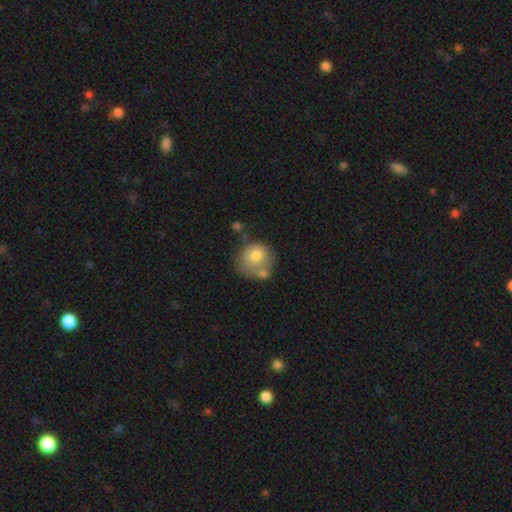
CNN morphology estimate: smooth-or-featured: smooth: 72% | featured or disk: 20% | star or artifact: 8%
  how-rounded: round: 81% | in between: 18% | cigar-shaped: 1%
  merging: none: 40% | merger: 27% | minor disturbance: 22% | major disturbance: 12%